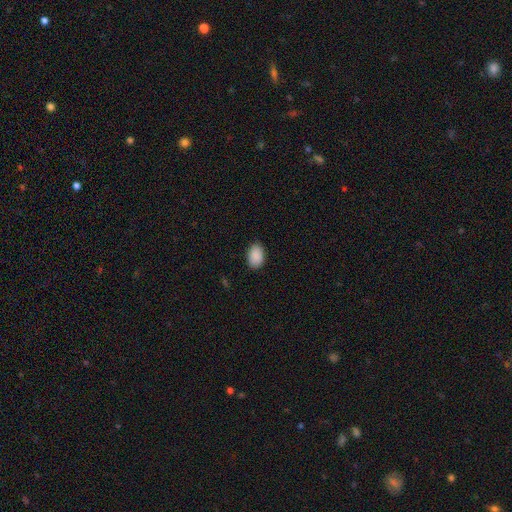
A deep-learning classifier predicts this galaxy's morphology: The model was most divided on "merging": none: 86%, minor disturbance: 11%, major disturbance: 2%, merger: 1%. More confident: smooth or featured — smooth (90%); how rounded — in between (88%).